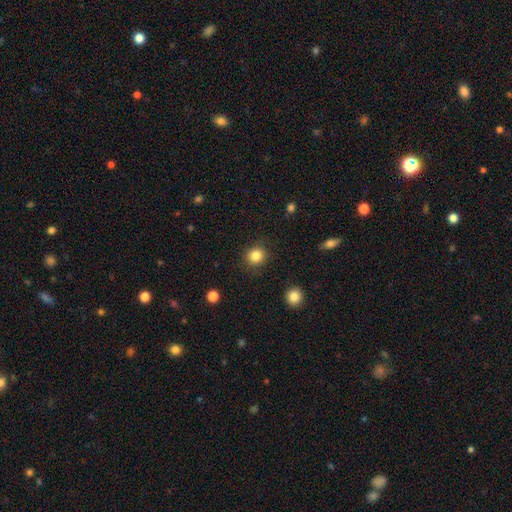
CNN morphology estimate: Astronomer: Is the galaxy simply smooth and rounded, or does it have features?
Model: smooth — 84%.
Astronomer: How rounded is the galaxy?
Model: round — 87%.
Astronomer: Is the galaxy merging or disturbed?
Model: none — 89%.